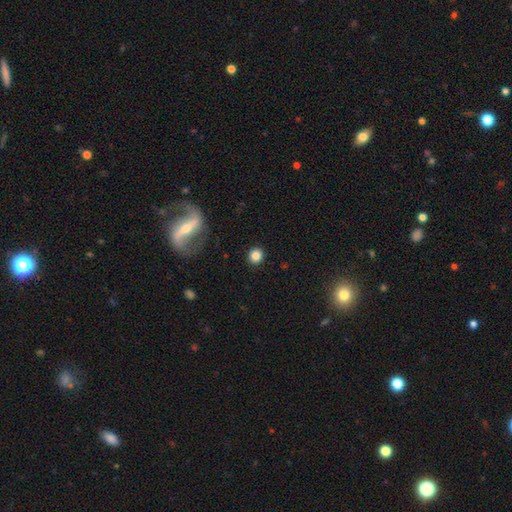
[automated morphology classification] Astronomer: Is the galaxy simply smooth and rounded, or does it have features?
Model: smooth — 83%.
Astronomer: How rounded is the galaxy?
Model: round — 90%.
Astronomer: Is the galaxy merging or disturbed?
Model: none — 90%.